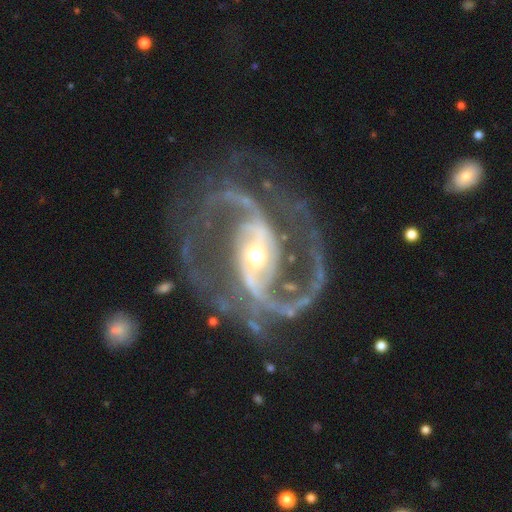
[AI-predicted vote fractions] A featured or disk galaxy (93%) with a strong bar (59%), 2 (86%) medium (57%) spiral arms (98%) and a moderate central bulge (56%).

Vote fractions:
- Smooth or featured? featured or disk: 93% / star or artifact: 5% / smooth: 2%
- Edge-on disk? no: 98% / yes: 2%
- Bar? strong: 59% / weak: 27% / no: 13%
- Spiral arms? yes: 98% / no: 2%
- Spiral winding? medium: 57% / loose: 29% / tight: 14%
- Spiral arm count? 2: 86% / 3: 5% / can't tell: 3% / 1: 2% / 4: 2% / more than 4: 2%
- Bulge size? moderate: 56% / small: 36% / large: 6% / dominant: 1% / none: 1%
- Merging? none: 69% / major disturbance: 15% / minor disturbance: 14% / merger: 3%